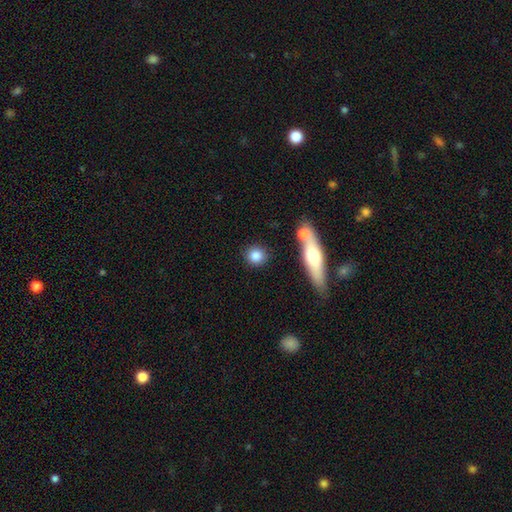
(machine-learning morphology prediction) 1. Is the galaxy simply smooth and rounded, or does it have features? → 84% smooth, 8% featured or disk, 8% star or artifact.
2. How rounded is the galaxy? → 84% round, 14% in between, 3% cigar-shaped.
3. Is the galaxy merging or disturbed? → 82% none, 8% minor disturbance, 8% merger, 3% major disturbance.